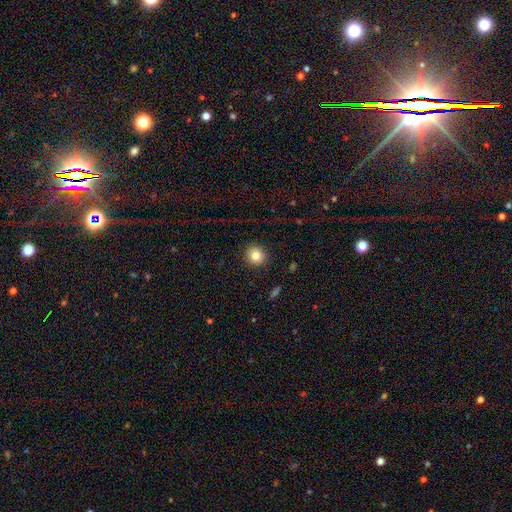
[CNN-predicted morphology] Q: Smooth or featured?
A: smooth (82%); runner-up: star or artifact (10%)
Q: How rounded?
A: round (91%); runner-up: in between (8%)
Q: Merging?
A: none (91%); runner-up: minor disturbance (6%)